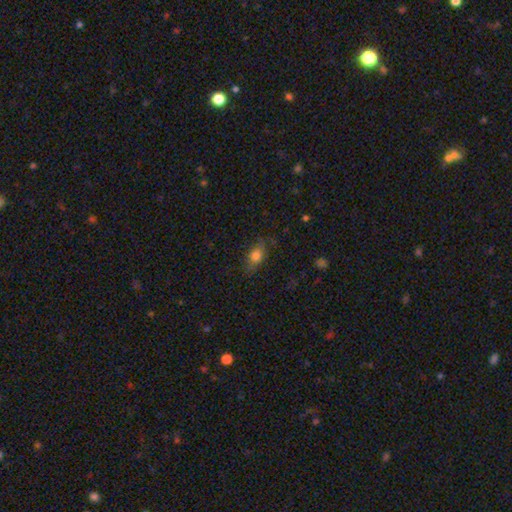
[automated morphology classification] The model was most divided on "merging": none: 76%, minor disturbance: 18%, major disturbance: 5%, merger: 1%. More confident: how rounded — in between (77%); smooth or featured — smooth (77%).